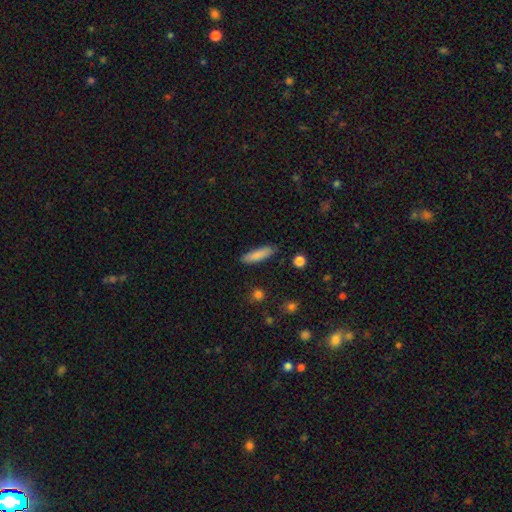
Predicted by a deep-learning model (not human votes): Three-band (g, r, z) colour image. It shows a smooth galaxy with no disk features (83%) that is cigar-shaped (75%). Merging: none (87%).